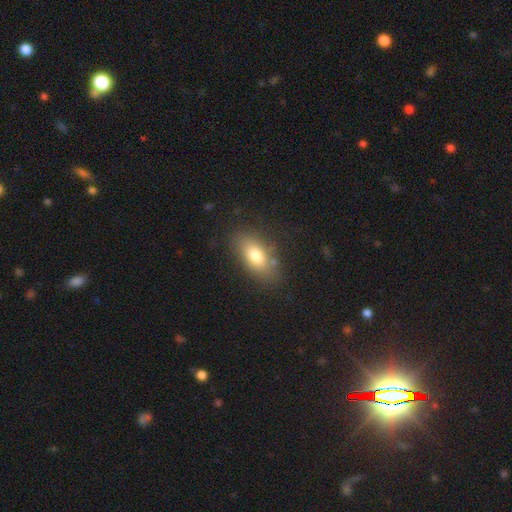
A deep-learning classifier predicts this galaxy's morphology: smooth 76%, featured or disk 16%, star or artifact 9%. Down the decision tree: how rounded — in between (87%); merging — none (77%).